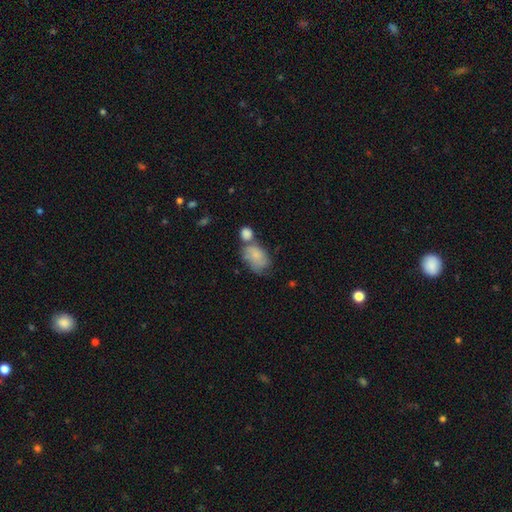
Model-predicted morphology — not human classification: Smooth or featured? Predicted: smooth (p=0.72). How rounded? Predicted: in between (p=0.84). Merging? Predicted: merger (p=0.37).